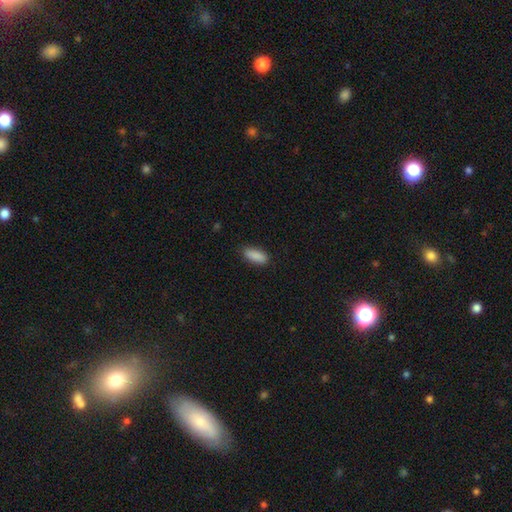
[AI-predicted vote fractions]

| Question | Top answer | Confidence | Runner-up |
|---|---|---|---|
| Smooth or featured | smooth | 90% | star or artifact (7%) |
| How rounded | in between | 76% | cigar-shaped (22%) |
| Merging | none | 86% | minor disturbance (11%) |